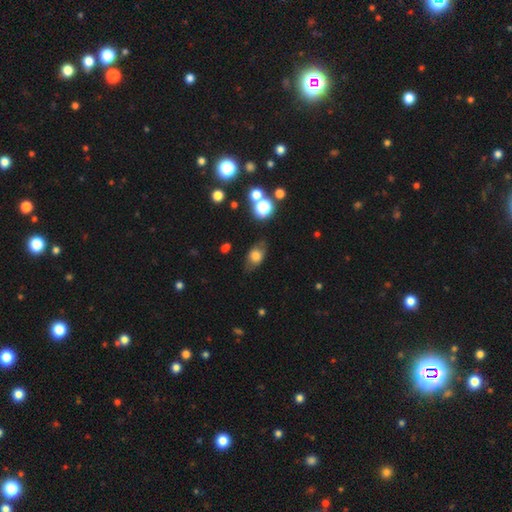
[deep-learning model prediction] Morphology: type=smooth (68%); roundness=in between (76%); merging=none (69%).